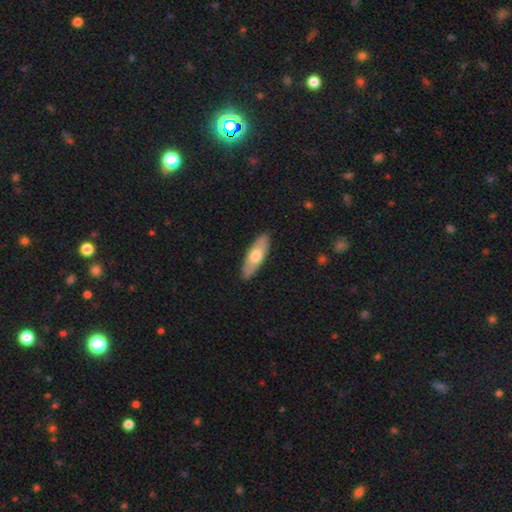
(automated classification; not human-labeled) The model was most divided on "smooth or featured": smooth: 58%, featured or disk: 37%, star or artifact: 5%. More confident: merging — none (88%); how rounded — in between (62%).